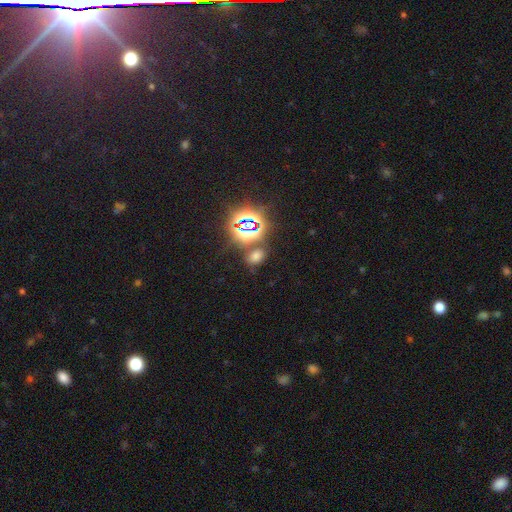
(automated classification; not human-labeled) A smooth galaxy with no disk features (50%) that is in between round and cigar-shaped (74%).

Vote fractions:
- Smooth or featured? smooth: 50% / star or artifact: 42% / featured or disk: 8%
- How rounded? in between: 74% / round: 24% / cigar-shaped: 2%
- Merging? none: 75% / minor disturbance: 11% / merger: 9% / major disturbance: 4%